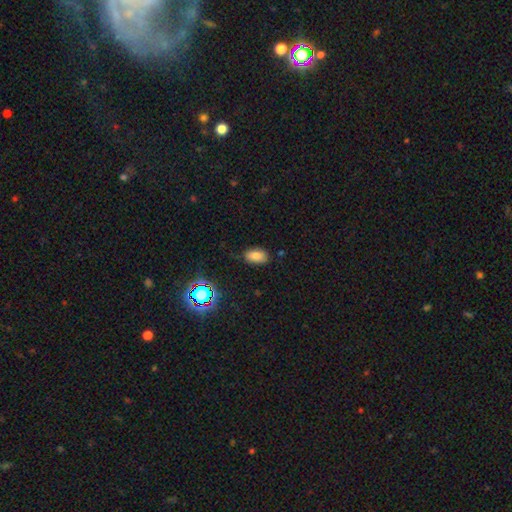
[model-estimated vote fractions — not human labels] This is likely a smooth galaxy (78%). How rounded: clearly in between (91%). Merging: clearly none (81%).